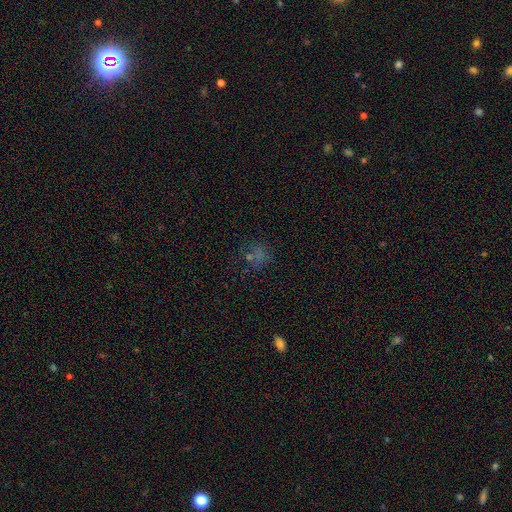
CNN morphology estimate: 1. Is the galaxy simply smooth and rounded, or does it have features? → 47% smooth, 39% star or artifact, 14% featured or disk.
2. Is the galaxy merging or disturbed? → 72% none, 14% minor disturbance, 8% major disturbance, 6% merger.